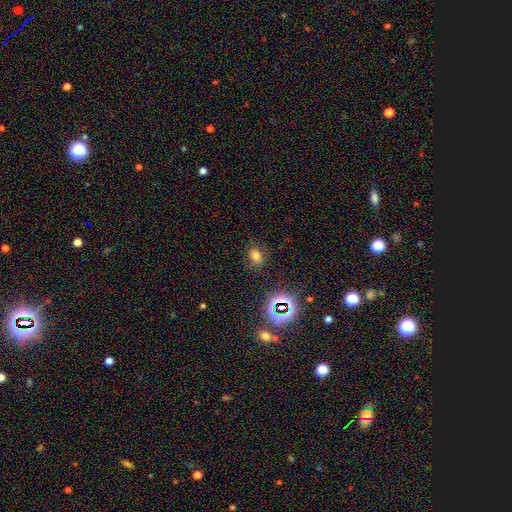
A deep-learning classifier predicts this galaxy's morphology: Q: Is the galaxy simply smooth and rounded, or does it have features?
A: smooth — 67%.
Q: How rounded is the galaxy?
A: in between — 61%.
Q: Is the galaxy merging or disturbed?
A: none — 79%.